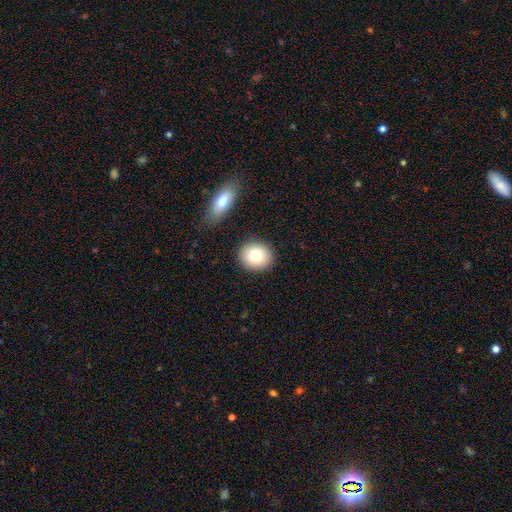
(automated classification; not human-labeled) This appears to be a smooth galaxy with no disk features (79%) that is round (77%). Merging: none (88%).